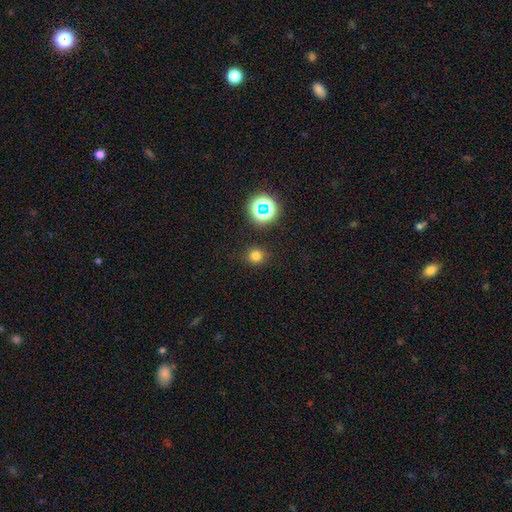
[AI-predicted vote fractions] Q: Smooth or featured?
A: smooth (75%); runner-up: star or artifact (20%)
Q: How rounded?
A: round (90%); runner-up: in between (9%)
Q: Merging?
A: none (89%); runner-up: minor disturbance (6%)